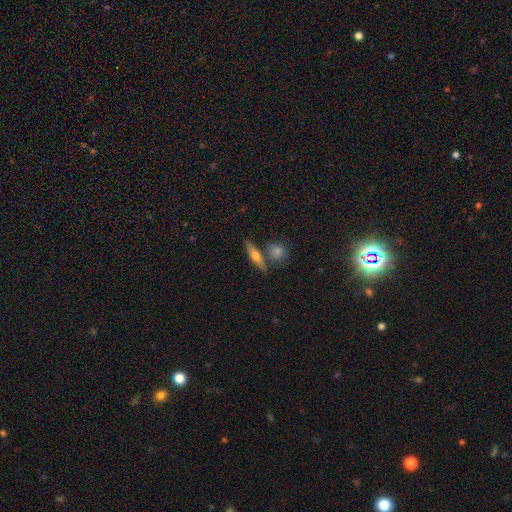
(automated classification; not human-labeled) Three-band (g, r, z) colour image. It shows a smooth galaxy with no disk features (49%). Merging: none (72%).